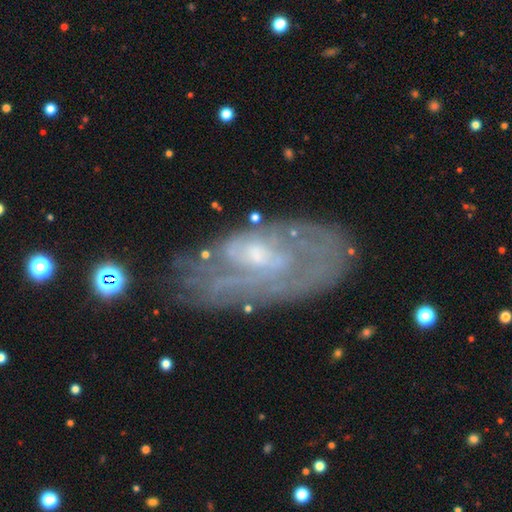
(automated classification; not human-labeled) featured or disk 73%, smooth 20%, star or artifact 8%. Down the decision tree: edge-on disk — no (91%); bar — no (66%); spiral arms — yes (66%); bulge size — small (50%); merging — none (60%).